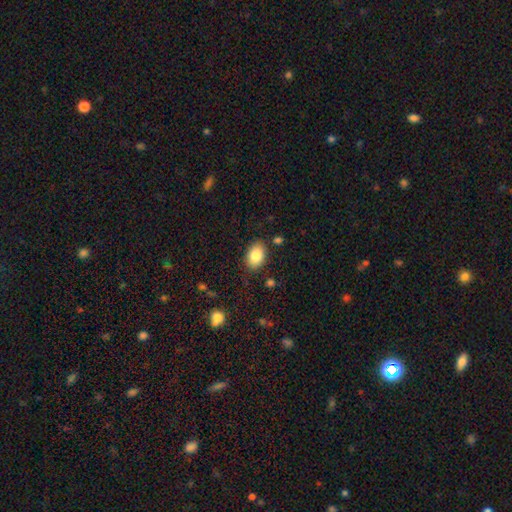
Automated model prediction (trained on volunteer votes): smooth_or_featured: smooth (p=0.85) [alt: featured or disk p=0.08]
how_rounded: in between (p=0.88) [alt: round p=0.11]
merging: none (p=0.84) [alt: minor disturbance p=0.11]